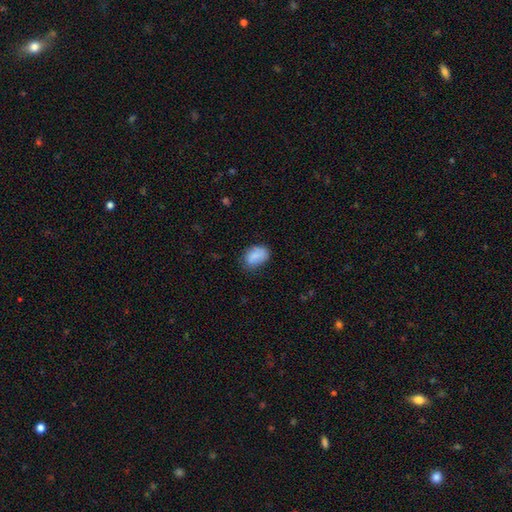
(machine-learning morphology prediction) Smooth or featured? Predicted: smooth (p=0.83). How rounded? Predicted: in between (p=0.87). Merging? Predicted: none (p=0.66).